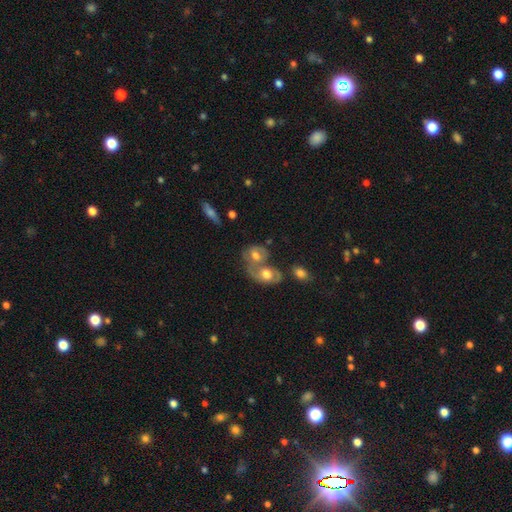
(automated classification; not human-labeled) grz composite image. It shows a smooth galaxy with no disk features (48%). Merging: merger (54%).